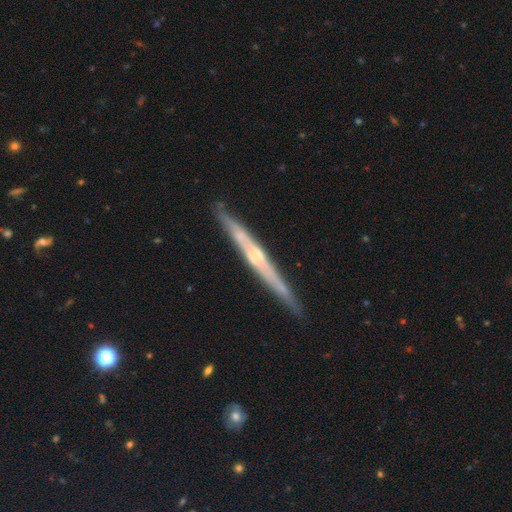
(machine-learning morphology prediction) Q: Smooth or featured?
A: featured or disk (74%); runner-up: smooth (20%)
Q: Edge-on disk?
A: yes (97%); runner-up: no (3%)
Q: Edge-on bulge?
A: rounded (50%); runner-up: none (39%)
Q: Merging?
A: none (86%); runner-up: minor disturbance (10%)